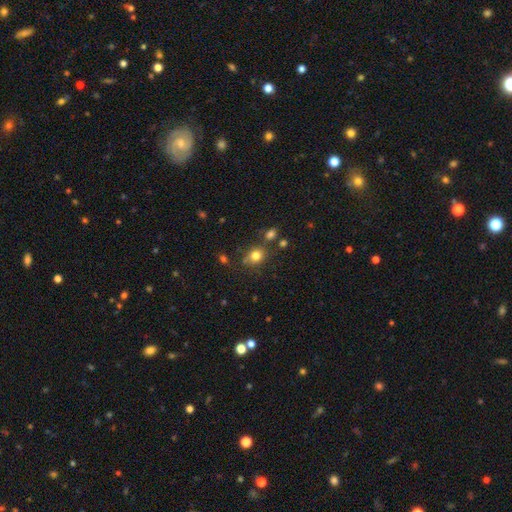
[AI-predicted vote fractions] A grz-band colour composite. It shows a smooth galaxy with no disk features (78%) that is round (63%). Merging: none (70%).